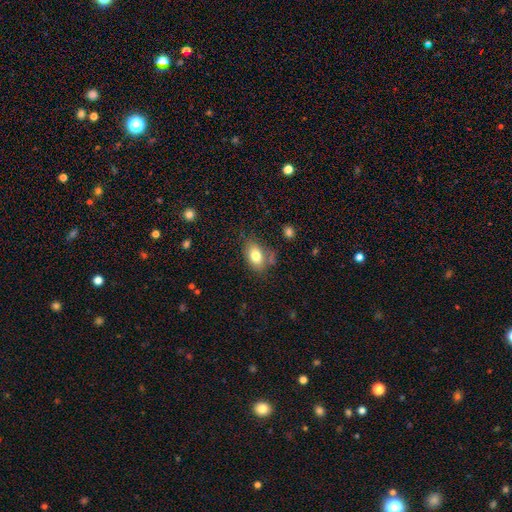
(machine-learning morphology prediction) smooth 79%, featured or disk 13%, star or artifact 9%. Down the decision tree: how rounded — in between (87%); merging — none (67%).